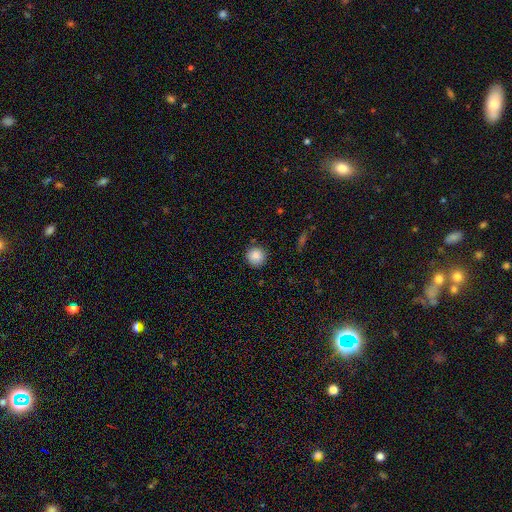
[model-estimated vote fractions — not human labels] This appears to be a smooth galaxy with no disk features (87%) that is round (95%). Merging: none (89%).